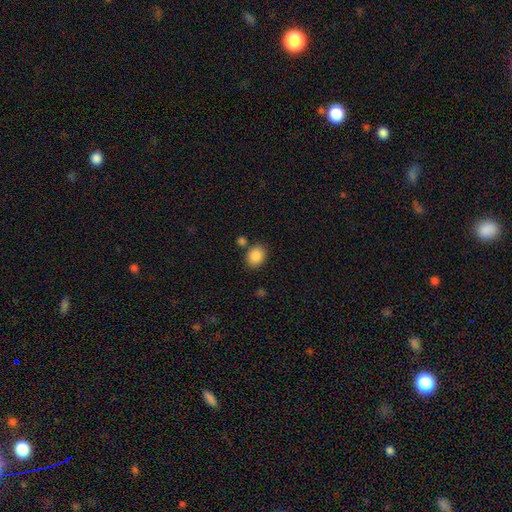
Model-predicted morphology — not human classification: Smooth or featured? smooth (88%)
How rounded? in between (54%)
Merging? none (79%)